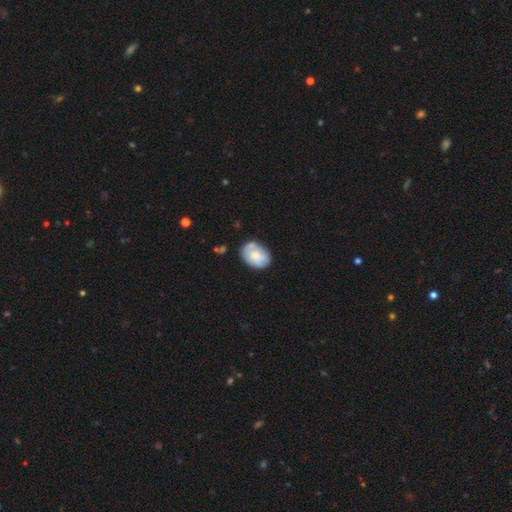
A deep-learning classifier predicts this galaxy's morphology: smooth_or_featured: smooth (p=0.64) [alt: featured or disk p=0.30]
how_rounded: in between (p=0.78) [alt: round p=0.21]
merging: none (p=0.68) [alt: minor disturbance p=0.22]